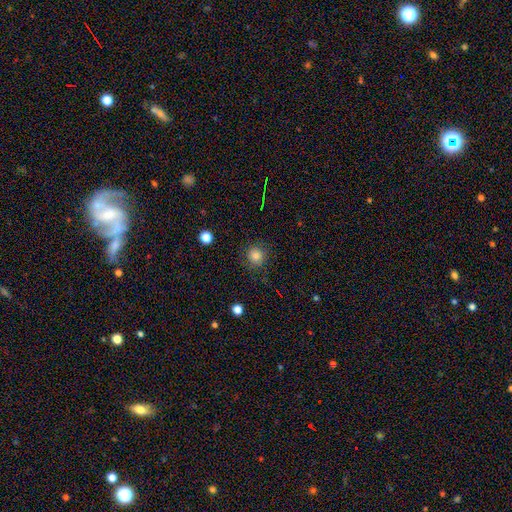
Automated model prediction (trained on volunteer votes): smooth 83%, star or artifact 12%, featured or disk 5%. Down the decision tree: how rounded — round (93%); merging — none (86%).